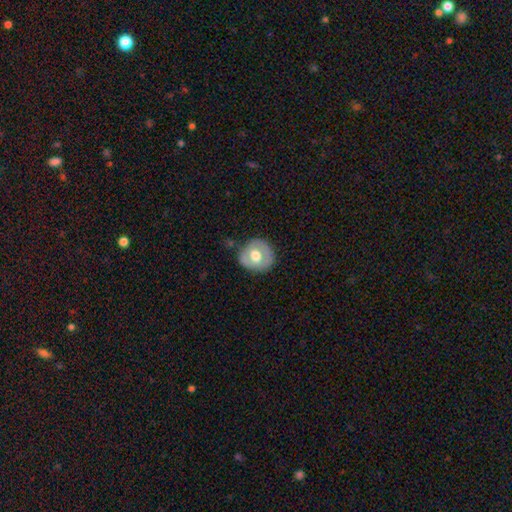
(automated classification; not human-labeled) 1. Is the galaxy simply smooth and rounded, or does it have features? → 49% smooth, 44% featured or disk, 6% star or artifact.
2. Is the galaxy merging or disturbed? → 75% none, 18% minor disturbance, 5% major disturbance, 2% merger.